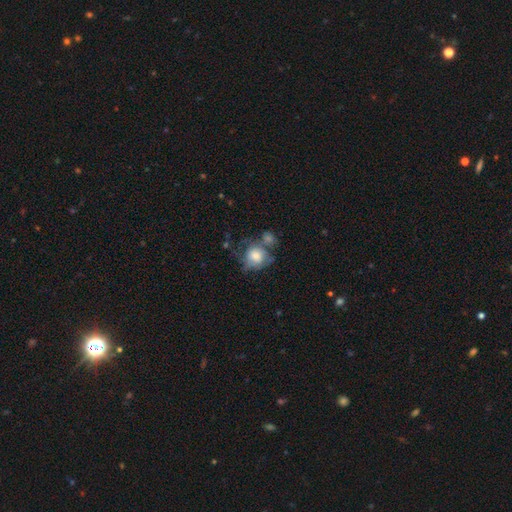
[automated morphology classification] smooth-or-featured: smooth: 63% | featured or disk: 29% | star or artifact: 8%
  how-rounded: round: 74% | in between: 25% | cigar-shaped: 1%
  merging: none: 33% | merger: 26% | minor disturbance: 21% | major disturbance: 20%